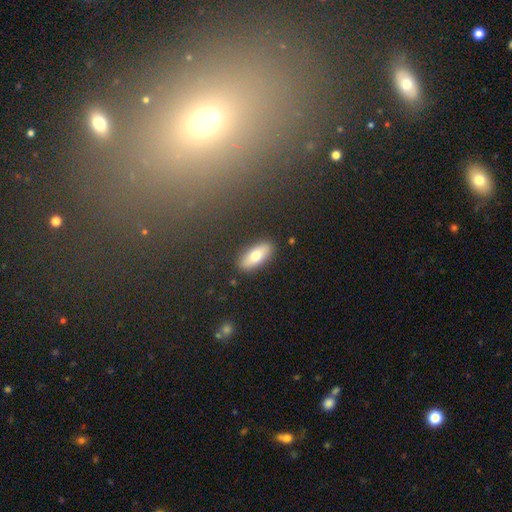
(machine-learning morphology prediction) This appears to be a smooth galaxy with no disk features (74%) that is in between round and cigar-shaped (79%). Merging: none (87%).